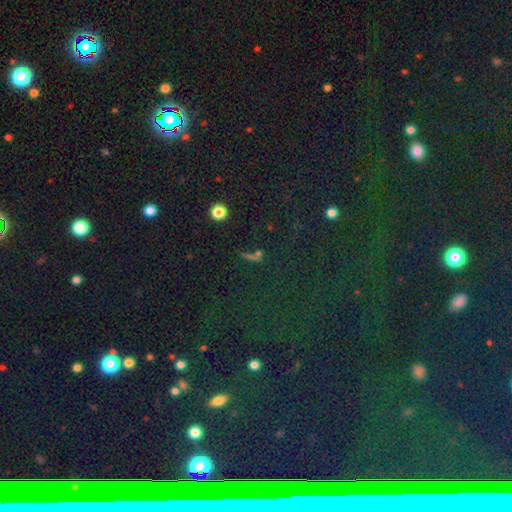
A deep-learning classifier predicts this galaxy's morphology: A star or artifact, not a galaxy (53%).

Vote fractions:
- Smooth or featured? star or artifact: 53% / smooth: 34% / featured or disk: 13%